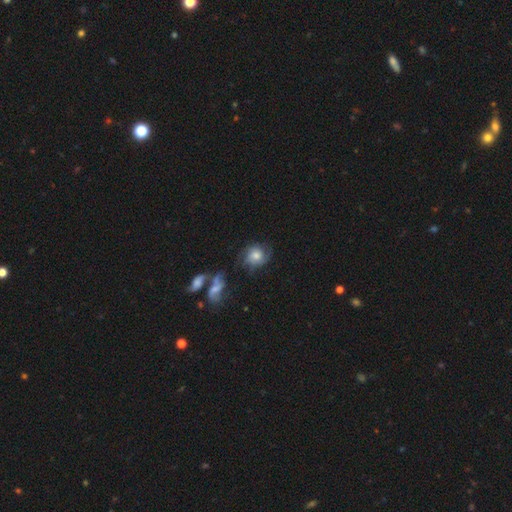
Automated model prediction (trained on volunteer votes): A featured or disk galaxy (56%) with no bar (74%), spiral arms (88%) and a moderate central bulge (56%).

Vote fractions:
- Smooth or featured? featured or disk: 56% / smooth: 35% / star or artifact: 9%
- Edge-on disk? no: 97% / yes: 3%
- Bar? no: 74% / weak: 22% / strong: 4%
- Spiral arms? yes: 88% / no: 12%
- Bulge size? moderate: 56% / small: 19% / large: 18% / none: 5% / dominant: 2%
- Merging? none: 61% / minor disturbance: 21% / major disturbance: 13% / merger: 6%